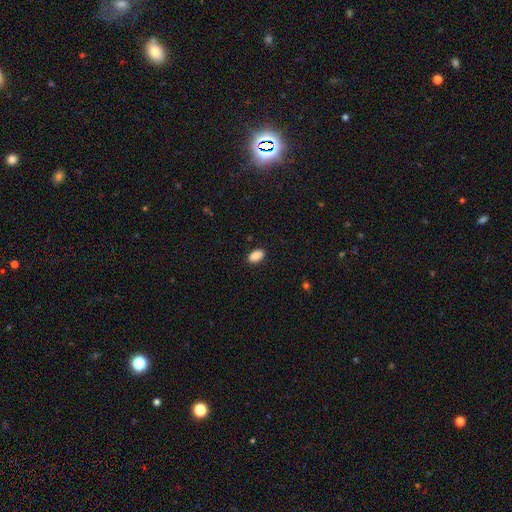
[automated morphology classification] This appears to be a smooth galaxy with no disk features (88%) that is in between round and cigar-shaped (92%). Merging: none (87%).